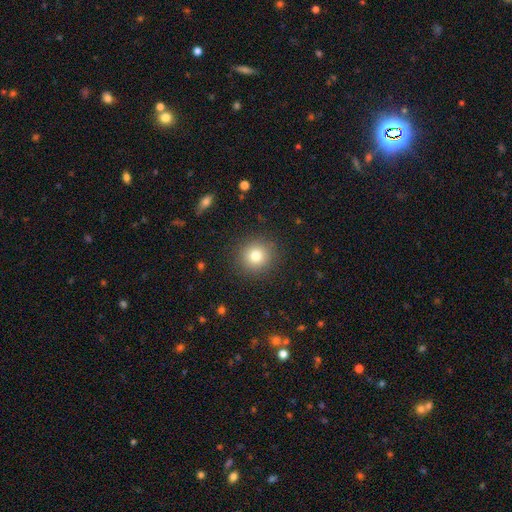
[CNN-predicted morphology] This appears to be a smooth galaxy with no disk features (79%) that is round (92%). Merging: none (90%).